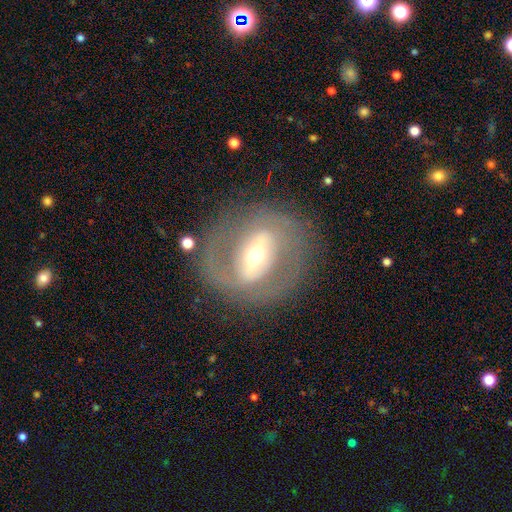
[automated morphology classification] type=featured or disk (72%); edge-on=no (92%); bar=strong (53%); spiral arms=no (58%); bulge=moderate (59%); merging=none (75%).